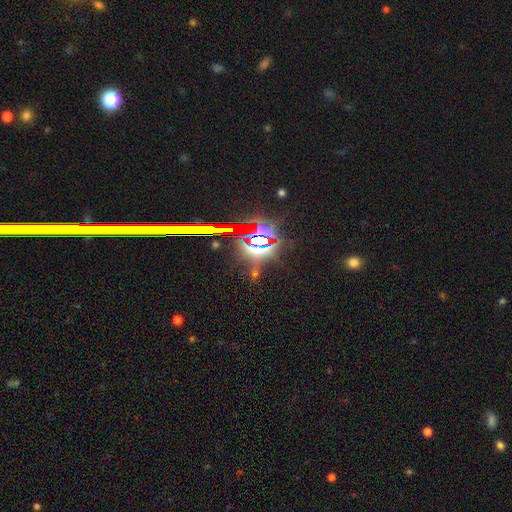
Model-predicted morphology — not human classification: Smooth or featured? star or artifact (82%)